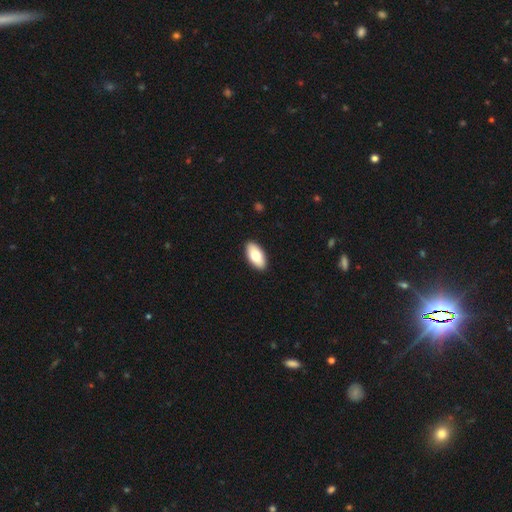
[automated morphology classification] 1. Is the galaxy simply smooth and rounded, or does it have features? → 77% smooth, 17% featured or disk, 6% star or artifact.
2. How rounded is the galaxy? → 94% in between, 4% cigar-shaped, 2% round.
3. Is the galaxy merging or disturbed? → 91% none, 6% minor disturbance, 1% major disturbance, 1% merger.